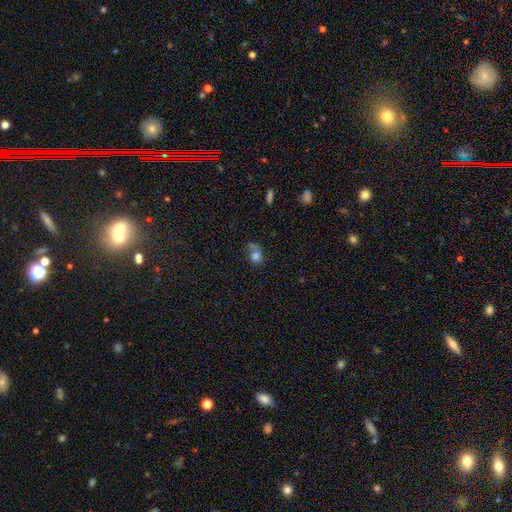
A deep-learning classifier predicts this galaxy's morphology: smooth 74%, featured or disk 15%, star or artifact 11%. Down the decision tree: how rounded — round (54%); merging — none (31%).